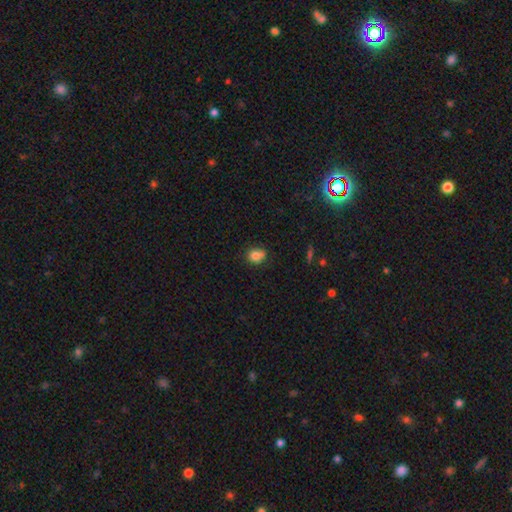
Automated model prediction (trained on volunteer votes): This is likely a smooth galaxy (80%). How rounded: likely round (62%). Merging: likely none (63%).